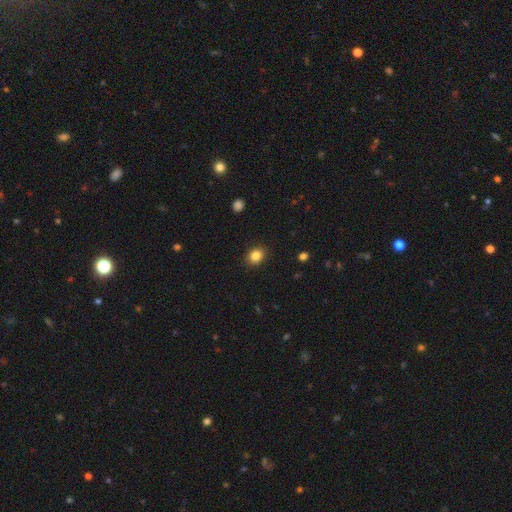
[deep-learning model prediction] A smooth galaxy with no disk features (85%) that is round (55%). Merging: none (89%).